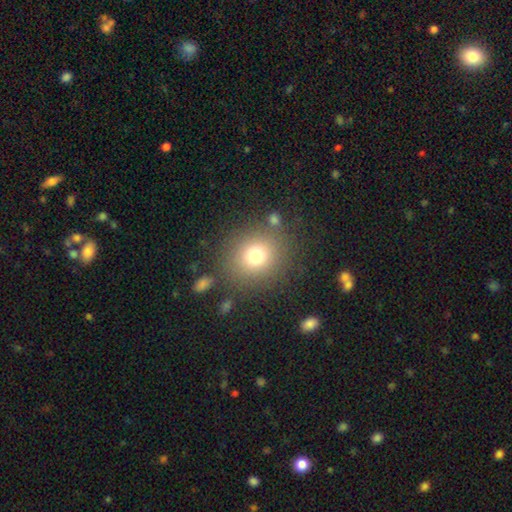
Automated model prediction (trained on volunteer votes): Overall: smooth (74%). How rounded: round (85%). Merging: none (81%).